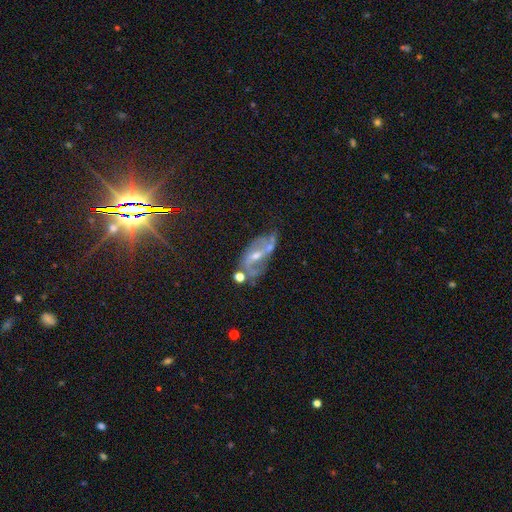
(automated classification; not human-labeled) Smooth or featured?
  - featured or disk: 74% *
  - star or artifact: 14%
  - smooth: 12%
Edge-on disk?
  - no: 90% *
  - yes: 10%
Bar?
  - weak: 42% *
  - no: 29%
  - strong: 29%
Spiral arms?
  - yes: 82% *
  - no: 18%
Spiral winding?
  - loose: 47% *
  - medium: 36%
  - tight: 17%
Spiral arm count?
  - 2: 75% *
  - can't tell: 14%
  - 1: 5%
  - 3: 3%
  - 4: 2%
  - more than 4: 2%
Bulge size?
  - small: 52% *
  - moderate: 42%
  - none: 3%
  - large: 2%
  - dominant: 1%
Merging?
  - none: 49% *
  - minor disturbance: 24%
  - major disturbance: 15%
  - merger: 12%